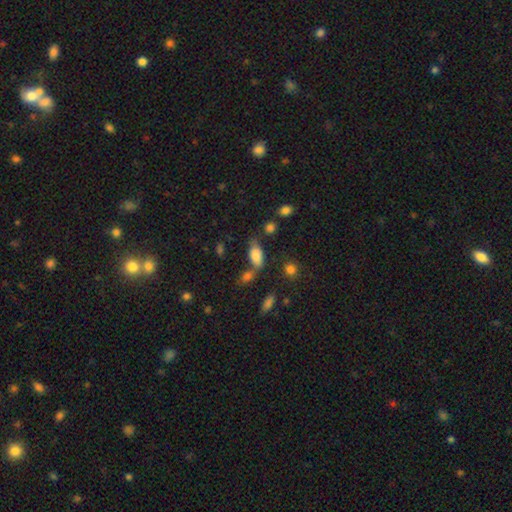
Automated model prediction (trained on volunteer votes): The model was most divided on "merging": none: 47%, minor disturbance: 23%, merger: 20%, major disturbance: 9%. More confident: how rounded — in between (89%); smooth or featured — smooth (80%).